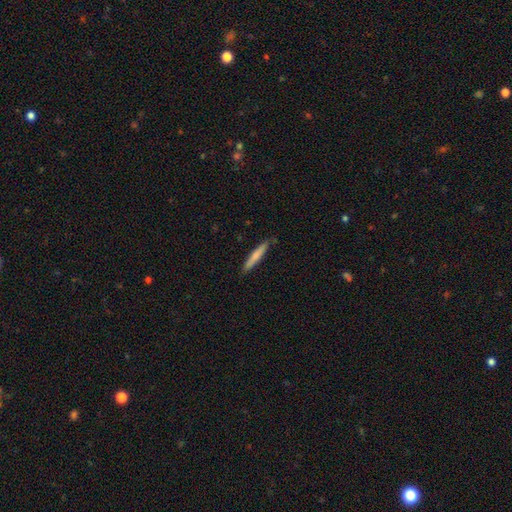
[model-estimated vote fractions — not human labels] Smooth or featured: smooth — 70% (featured or disk — 24%)
How rounded: cigar-shaped — 94% (in between — 5%)
Merging: none — 86% (minor disturbance — 11%)